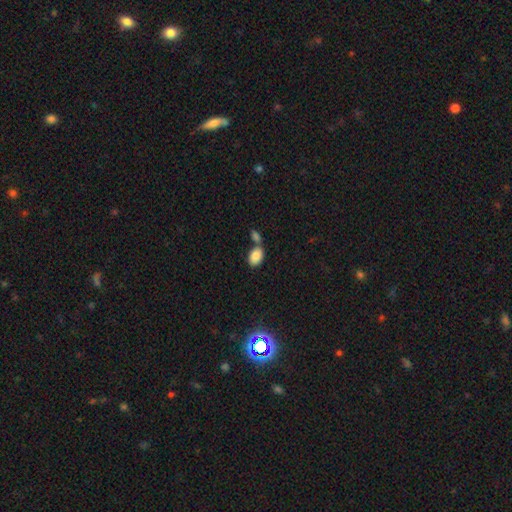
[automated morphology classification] Smooth or featured?
  - smooth: 84% *
  - star or artifact: 8%
  - featured or disk: 8%
How rounded?
  - in between: 87% *
  - round: 11%
  - cigar-shaped: 1%
Merging?
  - none: 46% *
  - merger: 38%
  - minor disturbance: 12%
  - major disturbance: 4%